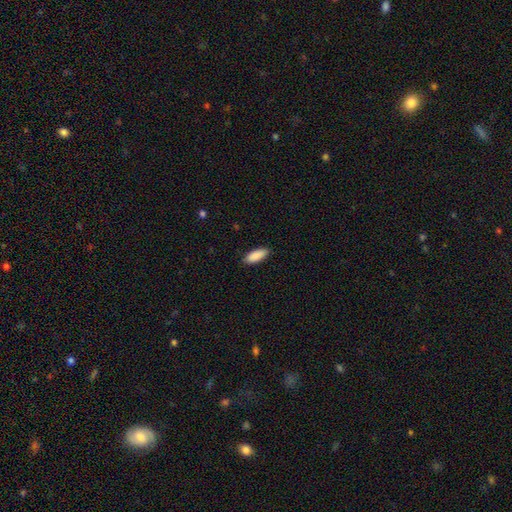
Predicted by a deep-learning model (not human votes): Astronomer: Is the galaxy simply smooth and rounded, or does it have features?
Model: smooth — 90%.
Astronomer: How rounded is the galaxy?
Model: in between — 74%.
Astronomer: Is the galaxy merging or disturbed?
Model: none — 88%.